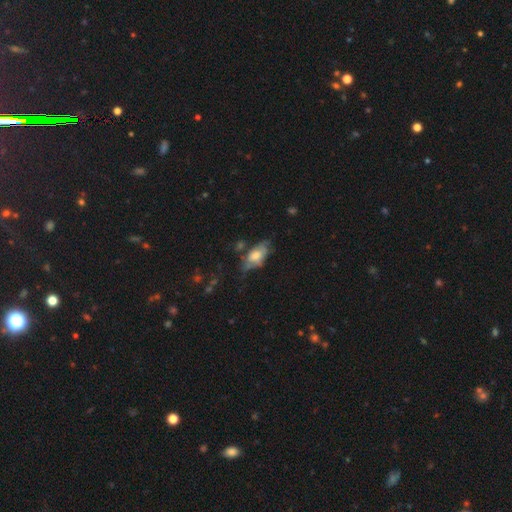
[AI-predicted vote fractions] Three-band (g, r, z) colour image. It shows a smooth galaxy with no disk features (54%) that is in between round and cigar-shaped (88%). Merging: none (42%).